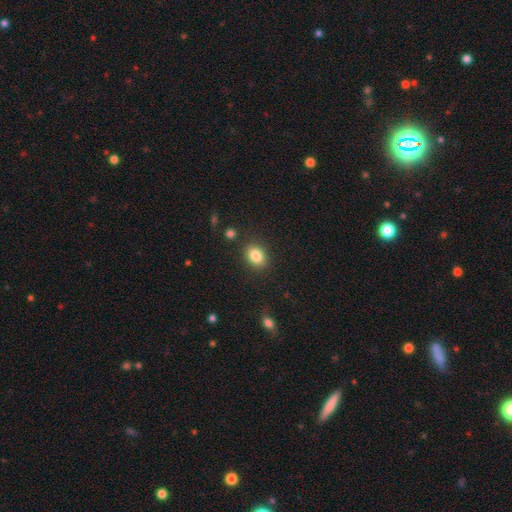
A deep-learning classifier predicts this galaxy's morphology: Overall: smooth (84%). How rounded: in between (65%; round 34%). Merging: none (86%).